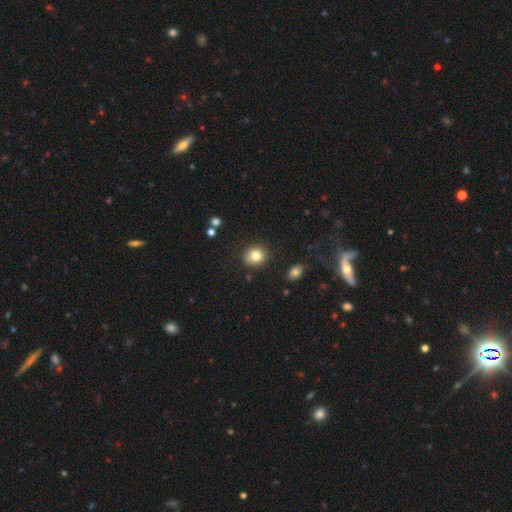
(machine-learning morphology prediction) A smooth galaxy with no disk features (81%) that is round (81%). Merging: none (86%).